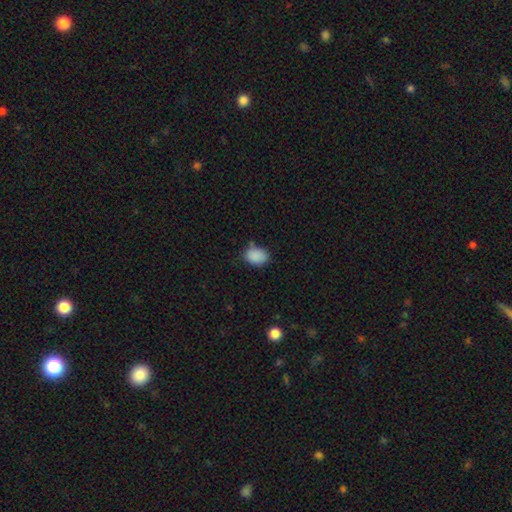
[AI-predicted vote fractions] smooth-or-featured: smooth: 87% | star or artifact: 9% | featured or disk: 4%
  how-rounded: in between: 71% | round: 28% | cigar-shaped: 1%
  merging: none: 68% | minor disturbance: 23% | major disturbance: 5% | merger: 4%